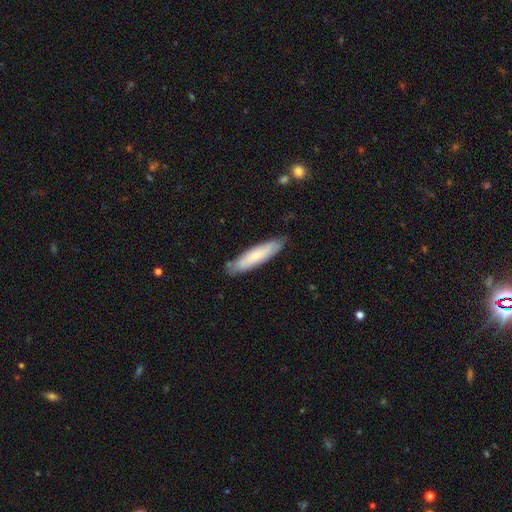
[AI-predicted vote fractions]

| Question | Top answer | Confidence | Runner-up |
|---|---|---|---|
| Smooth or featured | smooth | 69% | featured or disk (25%) |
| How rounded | cigar-shaped | 80% | in between (19%) |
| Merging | none | 82% | minor disturbance (14%) |